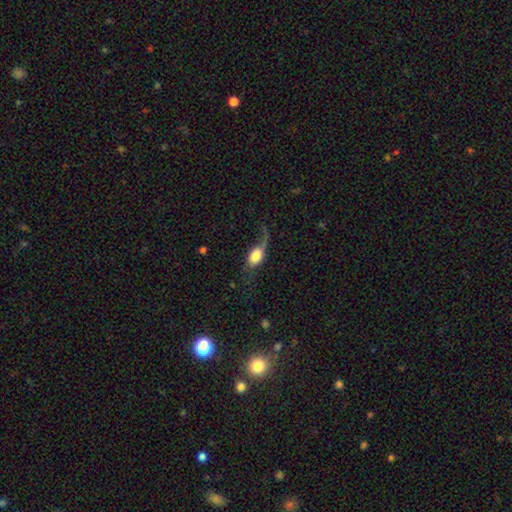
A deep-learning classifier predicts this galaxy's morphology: smooth 52%, featured or disk 40%, star or artifact 8%. Down the decision tree: how rounded — in between (77%); merging — major disturbance (41%).